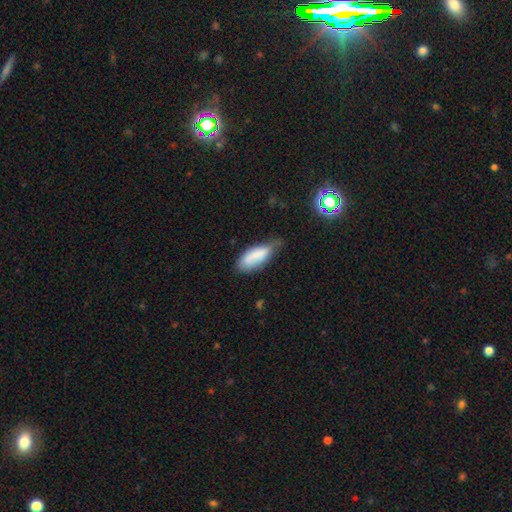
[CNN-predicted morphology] Smooth or featured?
  - smooth: 78% *
  - featured or disk: 15%
  - star or artifact: 7%
How rounded?
  - in between: 77% *
  - cigar-shaped: 21%
  - round: 2%
Merging?
  - minor disturbance: 44% *
  - none: 39%
  - major disturbance: 13%
  - merger: 4%